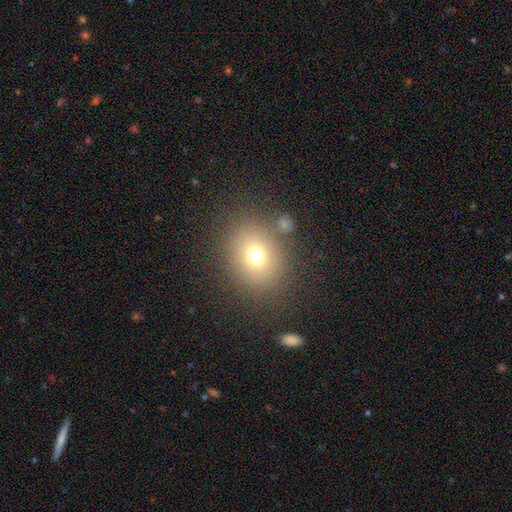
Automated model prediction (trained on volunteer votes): Smooth or featured?
  - smooth: 71% *
  - star or artifact: 15%
  - featured or disk: 14%
How rounded?
  - round: 59% *
  - in between: 40%
  - cigar-shaped: 1%
Merging?
  - none: 79% *
  - minor disturbance: 10%
  - merger: 6%
  - major disturbance: 5%